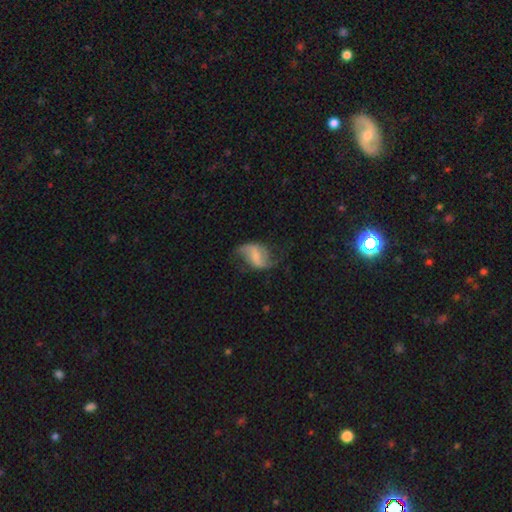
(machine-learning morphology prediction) Smooth or featured? featured or disk (77%)
Edge-on disk? no (97%)
Bar? weak (45%)
Spiral arms? yes (91%)
Spiral winding? loose (76%)
Spiral arm count? 2 (90%)
Bulge size? small (38%)
Merging? none (61%)